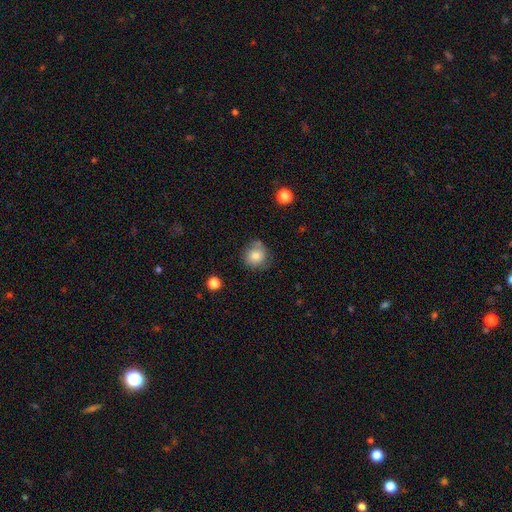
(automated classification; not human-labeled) A smooth galaxy with no disk features (77%) that is round (86%). Merging: none (66%).